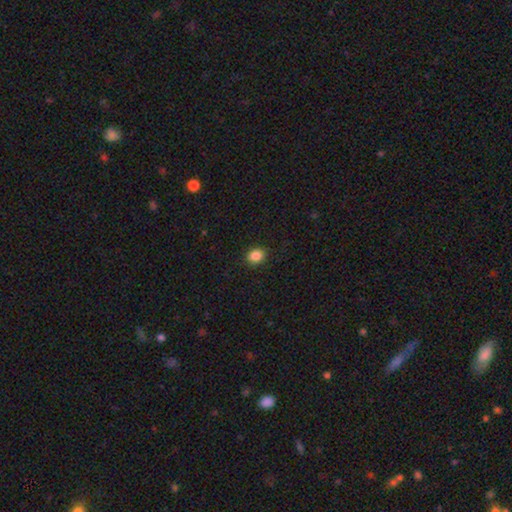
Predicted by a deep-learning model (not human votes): smooth 86%, star or artifact 10%, featured or disk 4%. Down the decision tree: how rounded — round (60%); merging — none (90%).